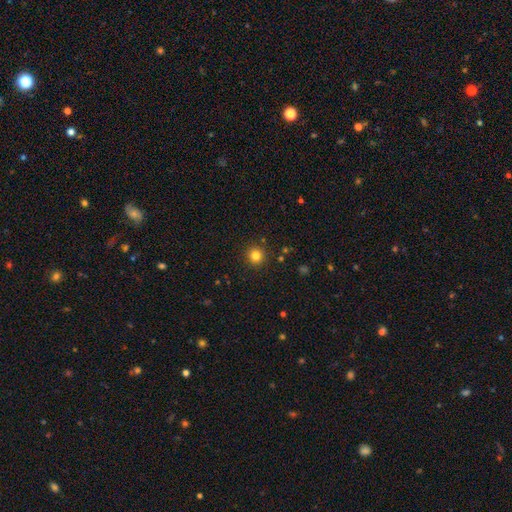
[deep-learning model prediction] smooth-or-featured: smooth: 81% | star or artifact: 13% | featured or disk: 5%
  how-rounded: round: 94% | in between: 5% | cigar-shaped: 1%
  merging: none: 91% | minor disturbance: 6% | major disturbance: 2% | merger: 2%